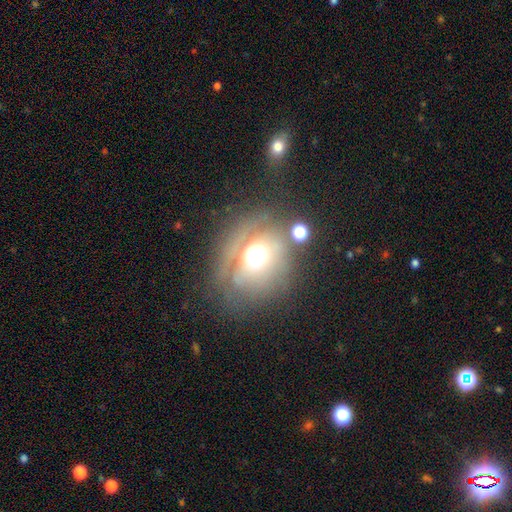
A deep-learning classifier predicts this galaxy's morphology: Smooth or featured?
  - smooth: 43% *
  - featured or disk: 39%
  - star or artifact: 18%
Merging?
  - none: 58% *
  - minor disturbance: 19%
  - major disturbance: 16%
  - merger: 7%